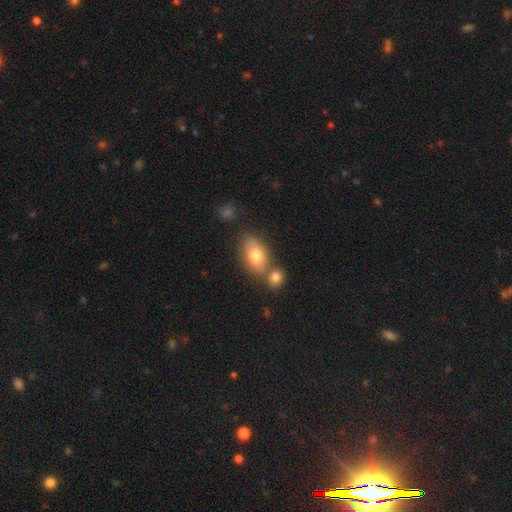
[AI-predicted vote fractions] Smooth or featured?
  - smooth: 74% *
  - featured or disk: 18%
  - star or artifact: 8%
How rounded?
  - in between: 86% *
  - round: 11%
  - cigar-shaped: 3%
Merging?
  - none: 53% *
  - merger: 30%
  - minor disturbance: 13%
  - major disturbance: 4%